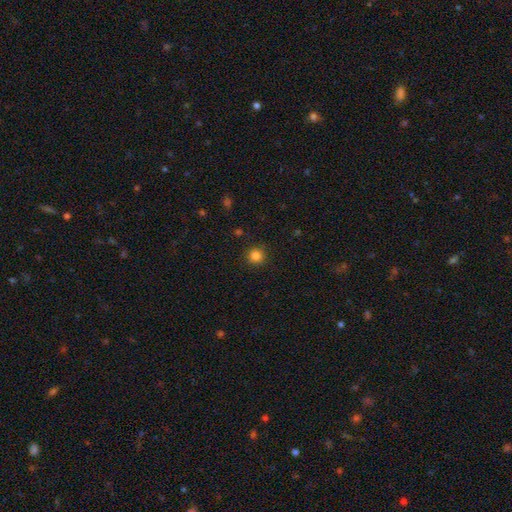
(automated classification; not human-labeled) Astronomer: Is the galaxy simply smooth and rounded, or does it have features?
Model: smooth — 84%.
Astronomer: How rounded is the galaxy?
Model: round — 94%.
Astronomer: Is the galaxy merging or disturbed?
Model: none — 90%.